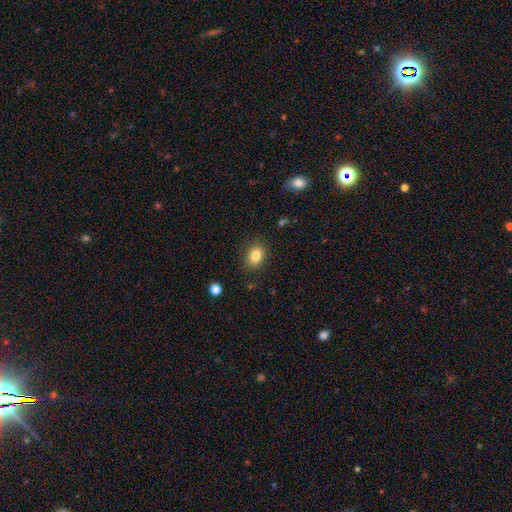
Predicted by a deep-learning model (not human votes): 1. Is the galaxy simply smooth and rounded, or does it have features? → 83% smooth, 9% star or artifact, 7% featured or disk.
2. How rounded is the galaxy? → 73% in between, 26% round, 1% cigar-shaped.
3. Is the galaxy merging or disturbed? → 85% none, 11% minor disturbance, 3% major disturbance, 1% merger.